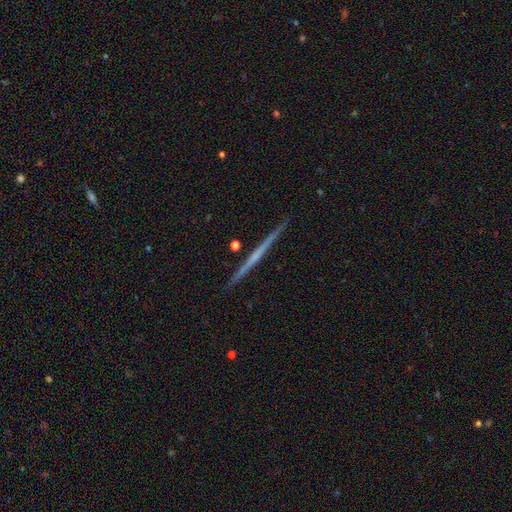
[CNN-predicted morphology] The model was most divided on "smooth or featured": featured or disk: 70%, smooth: 25%, star or artifact: 6%. More confident: edge-on disk — yes (98%); merging — none (92%); edge-on bulge — none (77%).